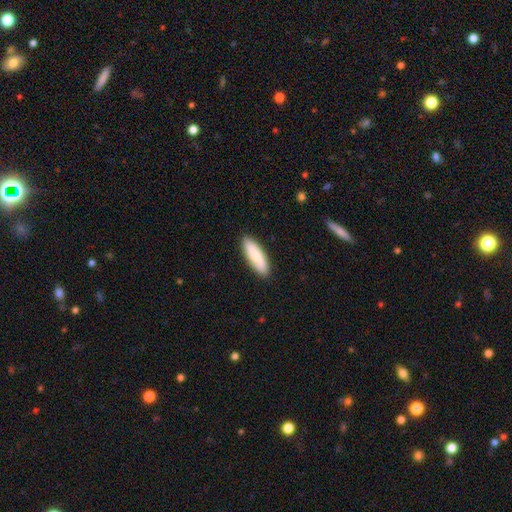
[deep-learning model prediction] smooth_or_featured: smooth (p=0.78) [alt: featured or disk p=0.16]
how_rounded: in between (p=0.53) [alt: cigar-shaped p=0.46]
merging: none (p=0.88) [alt: minor disturbance p=0.09]